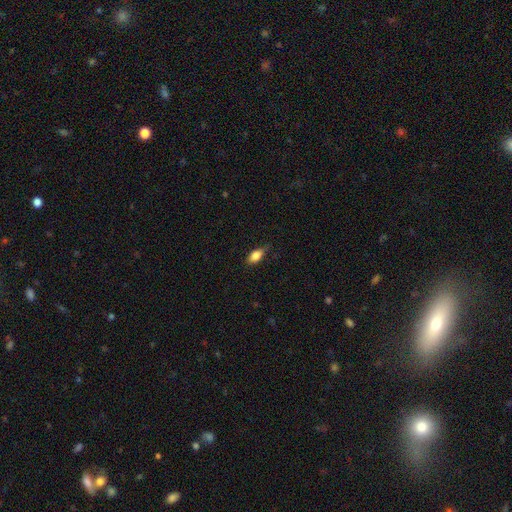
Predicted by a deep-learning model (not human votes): Q: Smooth or featured?
A: smooth (82%); runner-up: featured or disk (11%)
Q: How rounded?
A: in between (85%); runner-up: cigar-shaped (9%)
Q: Merging?
A: none (71%); runner-up: minor disturbance (23%)